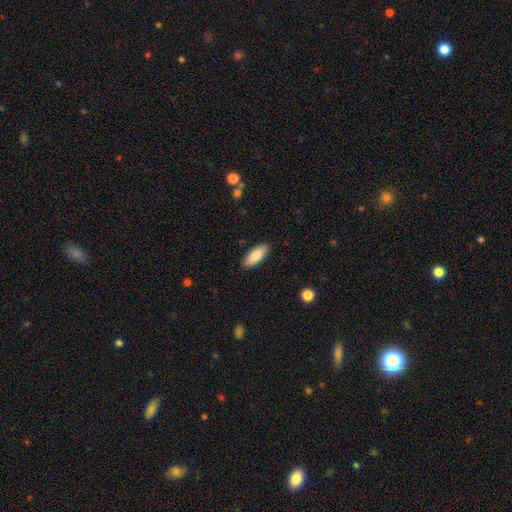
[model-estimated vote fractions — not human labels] This appears to be a smooth galaxy with no disk features (84%) that is in between round and cigar-shaped (75%). Merging: none (89%).